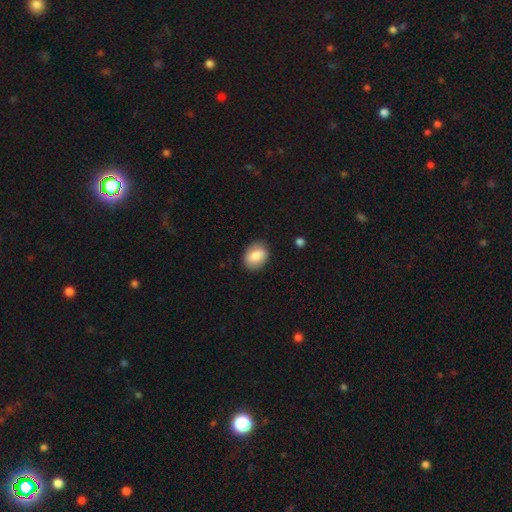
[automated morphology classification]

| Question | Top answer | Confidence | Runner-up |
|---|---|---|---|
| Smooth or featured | smooth | 83% | featured or disk (10%) |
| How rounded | in between | 74% | round (25%) |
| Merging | none | 84% | minor disturbance (12%) |